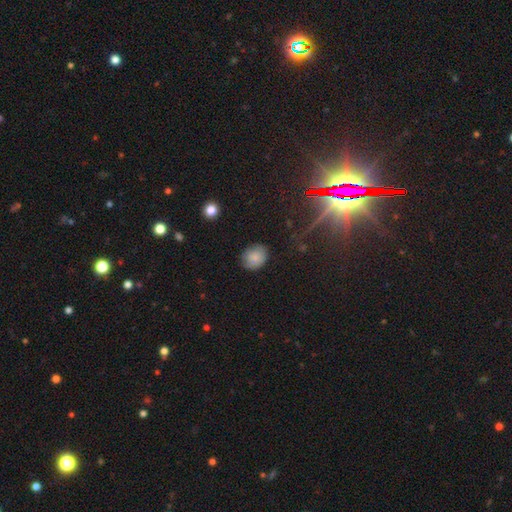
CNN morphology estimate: A smooth galaxy with no disk features (83%) that is round (57%). Merging: none (78%).